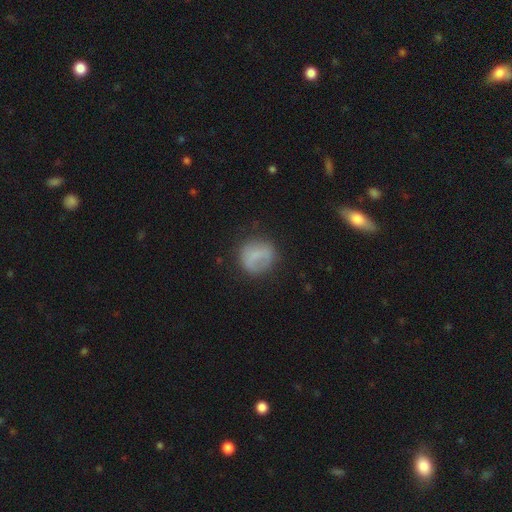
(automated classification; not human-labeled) Smooth or featured? Predicted: smooth (p=0.71). How rounded? Predicted: round (p=0.84). Merging? Predicted: none (p=0.70).